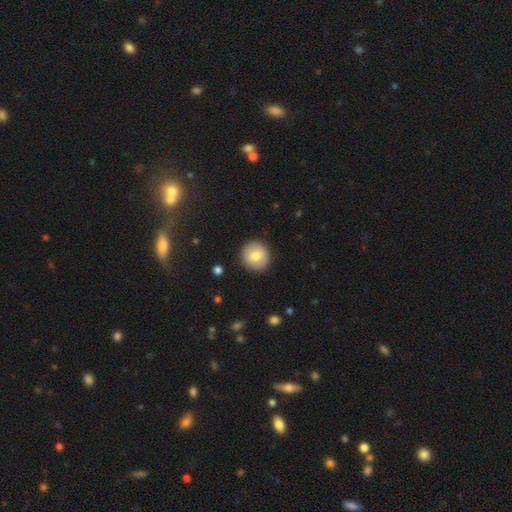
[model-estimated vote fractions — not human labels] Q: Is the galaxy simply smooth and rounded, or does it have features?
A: smooth — 79%.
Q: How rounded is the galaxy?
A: round — 92%.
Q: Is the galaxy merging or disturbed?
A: none — 90%.